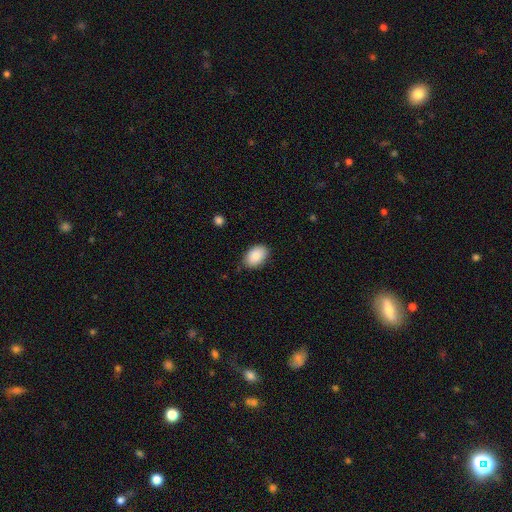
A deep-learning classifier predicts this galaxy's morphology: smooth-or-featured: smooth: 88% | star or artifact: 7% | featured or disk: 6%
  how-rounded: in between: 89% | round: 10% | cigar-shaped: 1%
  merging: none: 85% | minor disturbance: 12% | major disturbance: 2% | merger: 1%